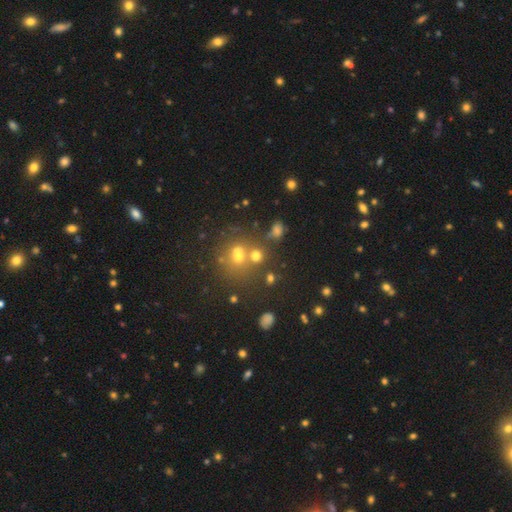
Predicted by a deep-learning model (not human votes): This appears to be a smooth galaxy with no disk features (59%) that is round (78%). Merging: none (51%).